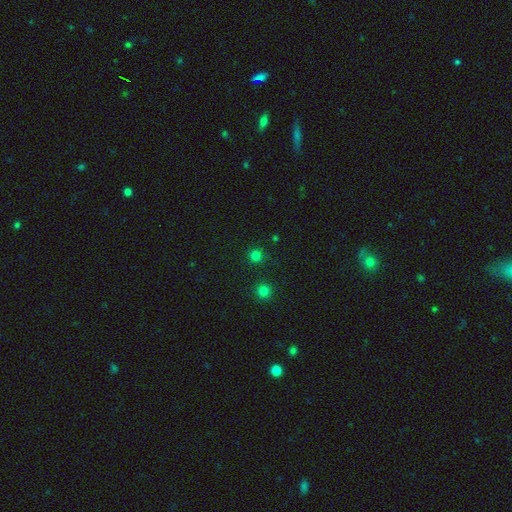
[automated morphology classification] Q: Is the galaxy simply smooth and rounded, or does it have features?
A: smooth — 76%.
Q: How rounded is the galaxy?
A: round — 94%.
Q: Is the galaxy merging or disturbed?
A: none — 89%.